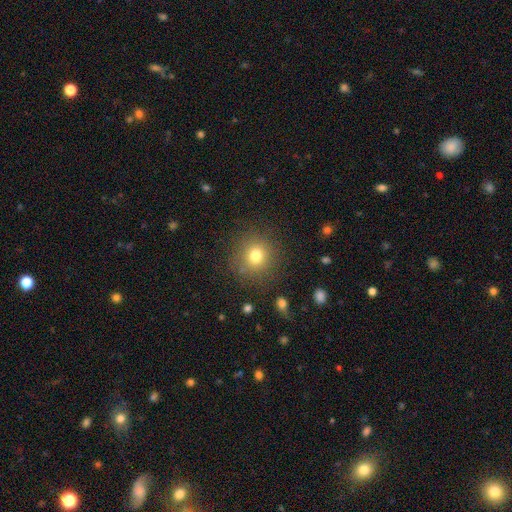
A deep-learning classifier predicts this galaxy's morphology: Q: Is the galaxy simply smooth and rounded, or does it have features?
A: smooth — 76%.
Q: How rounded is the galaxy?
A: round — 90%.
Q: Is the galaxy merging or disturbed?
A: none — 84%.